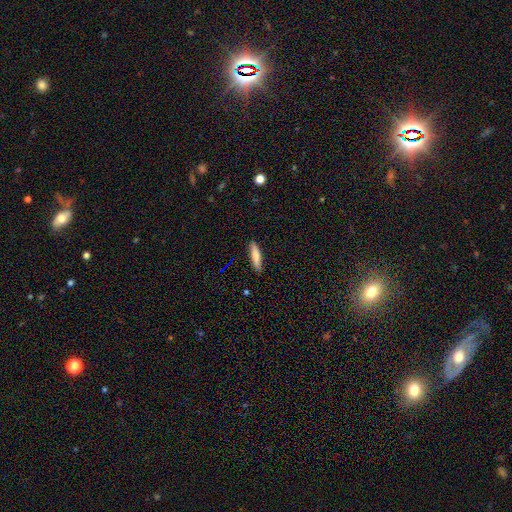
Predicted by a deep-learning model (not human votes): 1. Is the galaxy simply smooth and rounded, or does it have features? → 76% smooth, 18% featured or disk, 6% star or artifact.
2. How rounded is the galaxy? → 77% cigar-shaped, 21% in between, 2% round.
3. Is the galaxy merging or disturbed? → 88% none, 9% minor disturbance, 2% major disturbance, 1% merger.